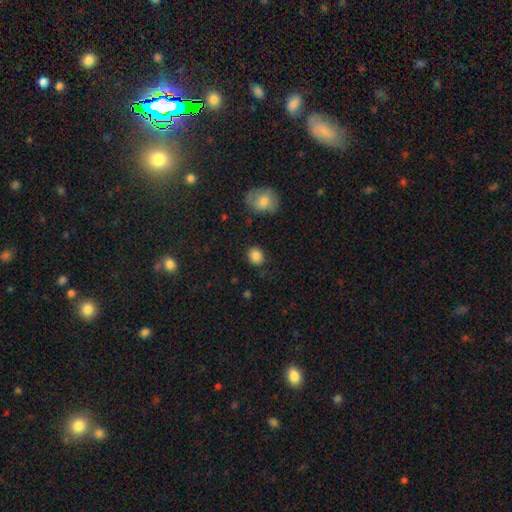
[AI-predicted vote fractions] Q: Smooth or featured?
A: smooth (85%); runner-up: star or artifact (9%)
Q: How rounded?
A: round (74%); runner-up: in between (25%)
Q: Merging?
A: none (84%); runner-up: minor disturbance (11%)